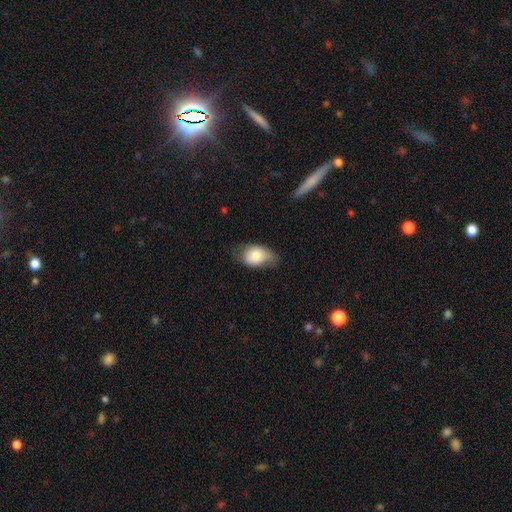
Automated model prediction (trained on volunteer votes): Overall: smooth (76%). How rounded: in between (84%). Merging: none (51%; minor disturbance 35%).